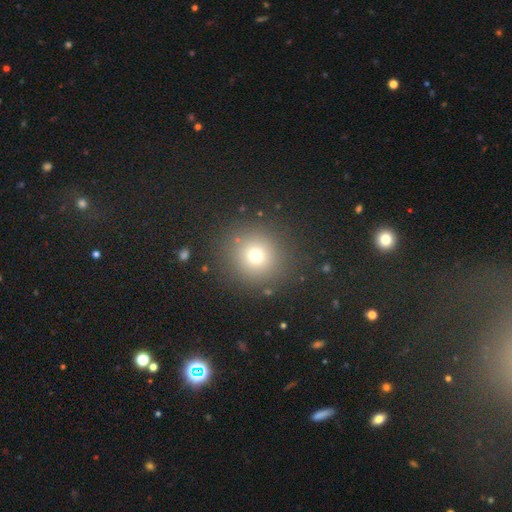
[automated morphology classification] The model was most divided on "smooth or featured": smooth: 71%, star or artifact: 19%, featured or disk: 10%. More confident: how rounded — round (93%); merging — none (87%).